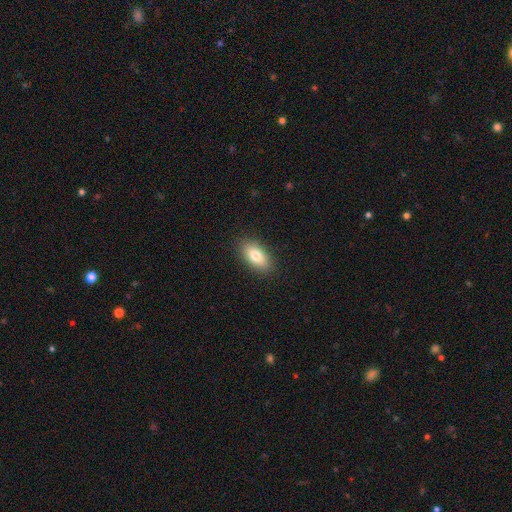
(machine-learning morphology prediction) Smooth or featured? Predicted: smooth (p=0.79). How rounded? Predicted: in between (p=0.89). Merging? Predicted: none (p=0.88).